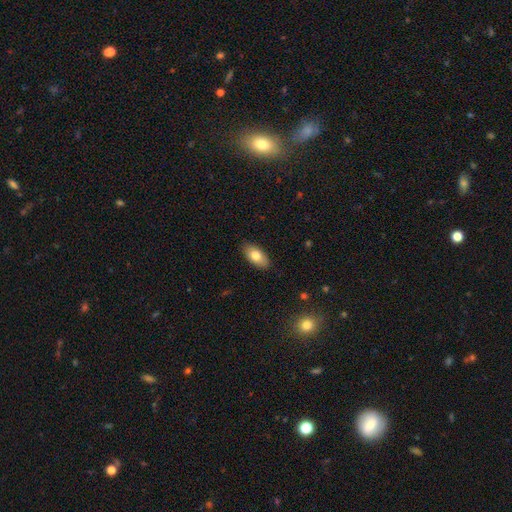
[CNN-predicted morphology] Smooth or featured? smooth (78%)
How rounded? in between (93%)
Merging? none (87%)